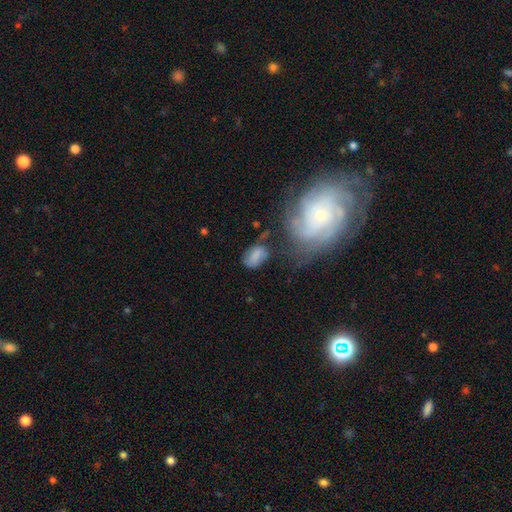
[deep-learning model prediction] Smooth or featured: smooth — 64% (featured or disk — 26%)
How rounded: in between — 84% (round — 14%)
Merging: none — 47% (minor disturbance — 27%)